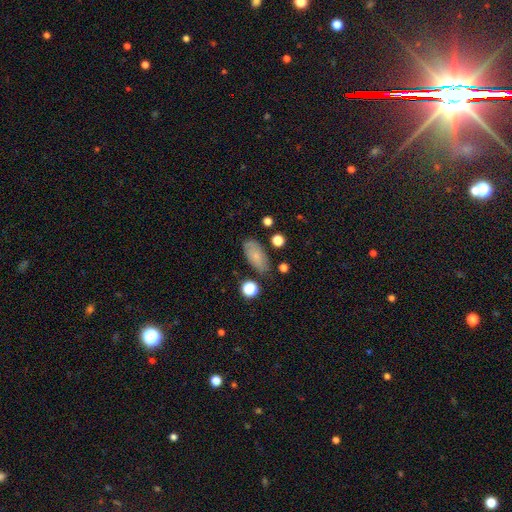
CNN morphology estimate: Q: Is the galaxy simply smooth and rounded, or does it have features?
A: smooth — 75%.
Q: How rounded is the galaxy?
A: in between — 90%.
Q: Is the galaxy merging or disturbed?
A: none — 74%.